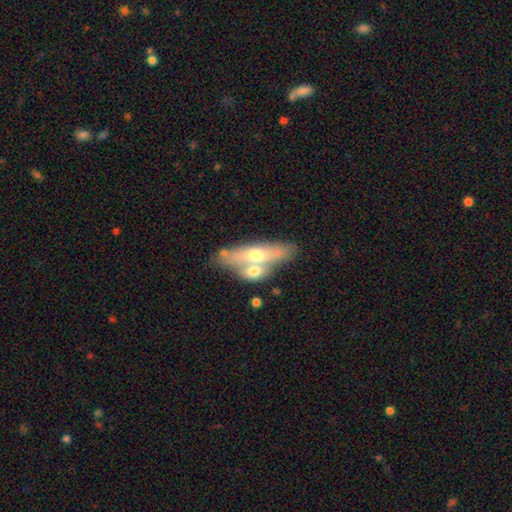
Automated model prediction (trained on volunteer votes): The model was most divided on "smooth or featured" (2-way tie): featured or disk: 47%, smooth: 47%, star or artifact: 6%. Remaining: merging — merger (48%).